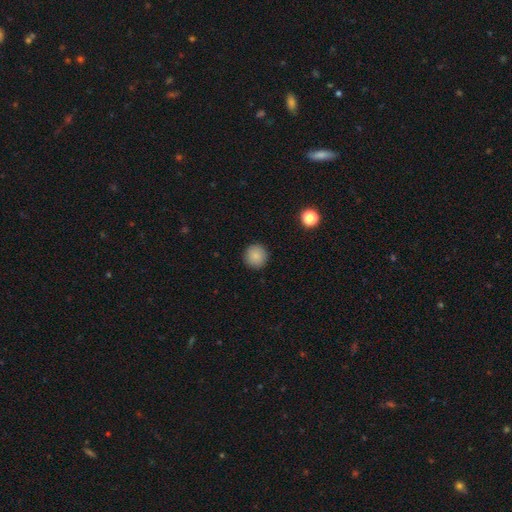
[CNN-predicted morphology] type=smooth (87%); roundness=round (95%); merging=none (92%).